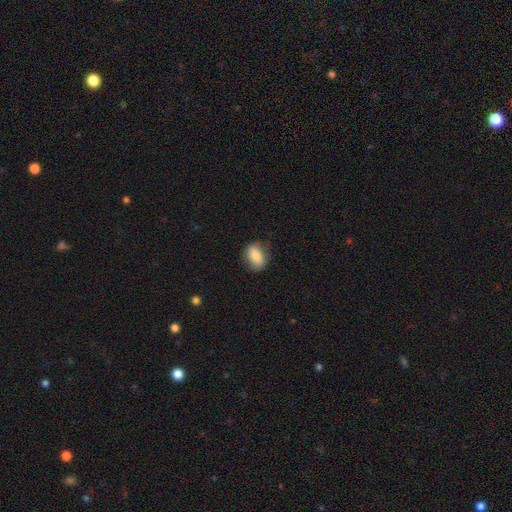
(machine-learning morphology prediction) Smooth or featured: smooth — 80% (featured or disk — 12%)
How rounded: in between — 78% (round — 20%)
Merging: none — 73% (minor disturbance — 20%)